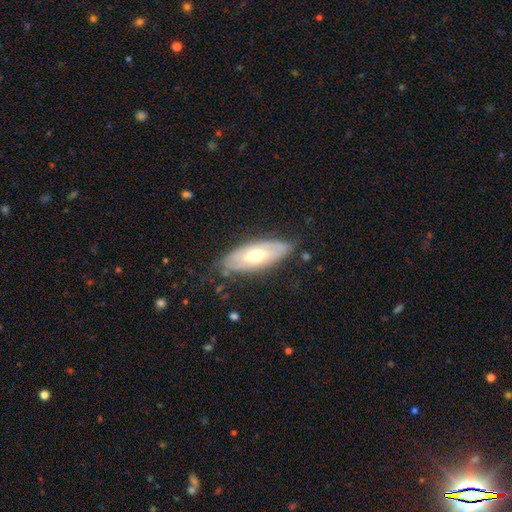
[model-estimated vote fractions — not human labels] Morphology: type=featured or disk (59%); edge-on=no (74%); merging=none (74%).